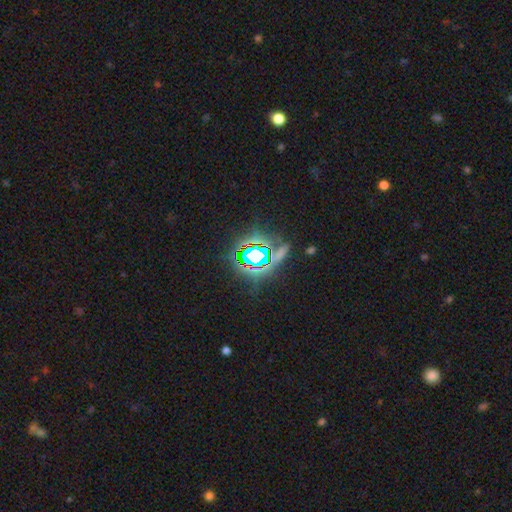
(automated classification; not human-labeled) This is likely a star or artifact rather than a galaxy (69%).